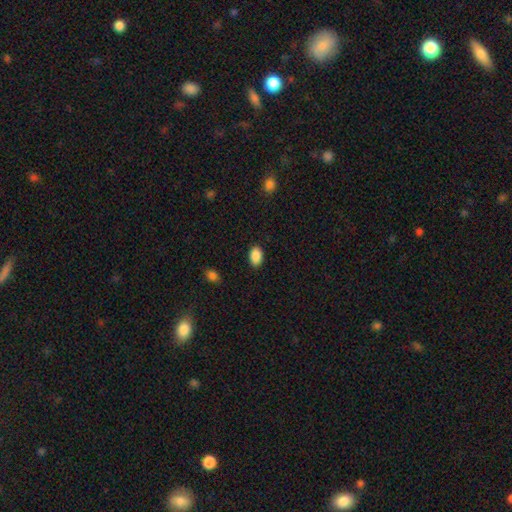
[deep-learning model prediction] The model was most divided on "how rounded": in between: 88%, round: 11%, cigar-shaped: 1%. More confident: smooth or featured — smooth (89%); merging — none (87%).